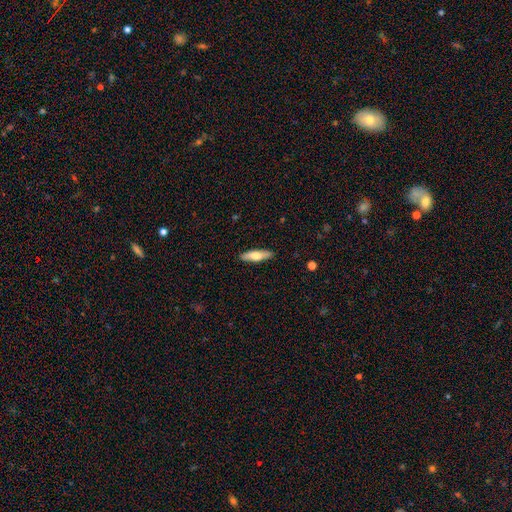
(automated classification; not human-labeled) A smooth galaxy with no disk features (64%) that is cigar-shaped (62%).

Vote fractions:
- Smooth or featured? smooth: 64% / featured or disk: 30% / star or artifact: 6%
- How rounded? cigar-shaped: 62% / in between: 36% / round: 2%
- Merging? none: 88% / minor disturbance: 9% / major disturbance: 2% / merger: 1%